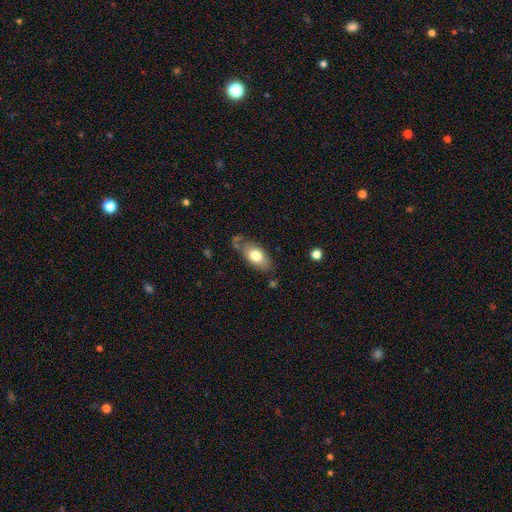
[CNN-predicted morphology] Overall: smooth (74%). How rounded: in between (91%). Merging: none (65%).